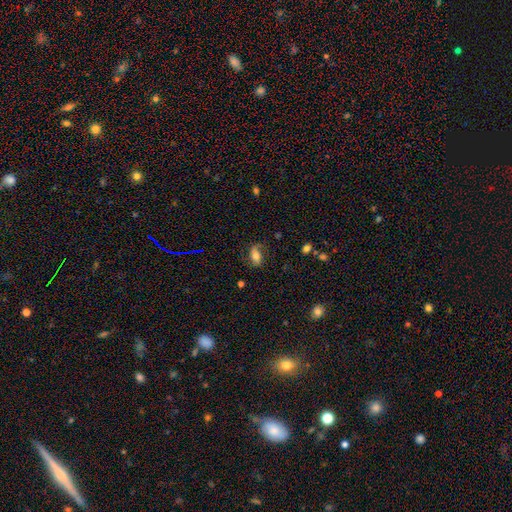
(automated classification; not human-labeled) Smooth or featured?
  - featured or disk: 54% *
  - smooth: 37%
  - star or artifact: 10%
Edge-on disk?
  - no: 92% *
  - yes: 8%
Merging?
  - none: 68% *
  - minor disturbance: 19%
  - major disturbance: 11%
  - merger: 2%